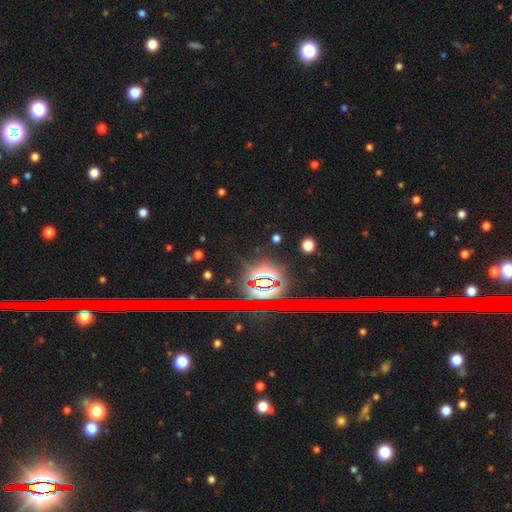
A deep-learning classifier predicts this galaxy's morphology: star or artifact 79%, featured or disk 11%, smooth 10%.